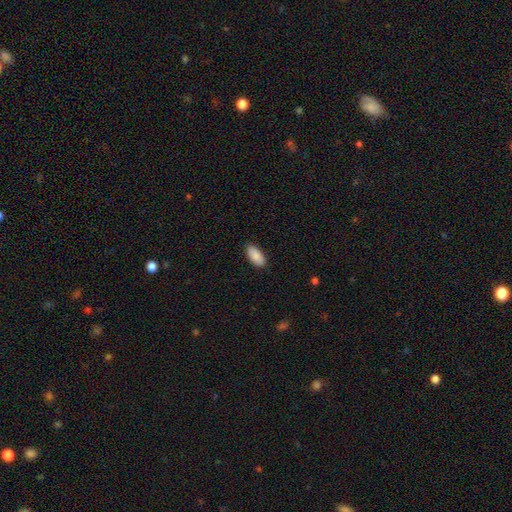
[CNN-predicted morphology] A smooth galaxy with no disk features (89%) that is in between round and cigar-shaped (92%).

Vote fractions:
- Smooth or featured? smooth: 89% / star or artifact: 6% / featured or disk: 5%
- How rounded? in between: 92% / cigar-shaped: 7% / round: 2%
- Merging? none: 88% / minor disturbance: 9% / major disturbance: 2% / merger: 1%